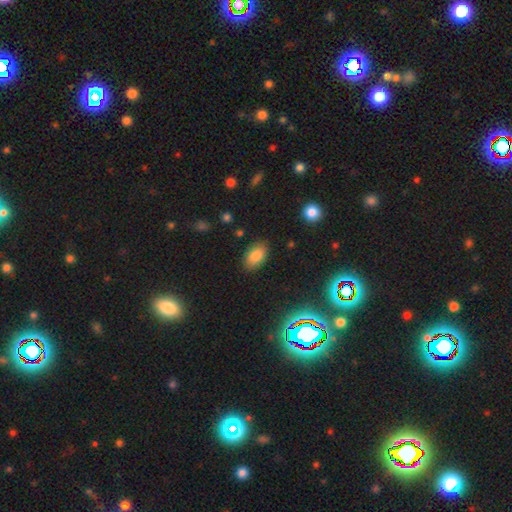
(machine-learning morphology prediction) This appears to be a smooth galaxy with no disk features (82%) that is in between round and cigar-shaped (91%). Merging: none (85%).